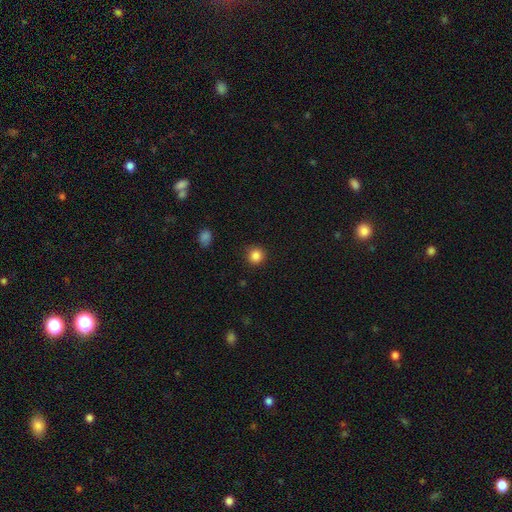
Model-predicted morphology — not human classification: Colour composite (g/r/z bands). It shows a smooth galaxy with no disk features (86%) that is round (92%). Merging: none (90%).